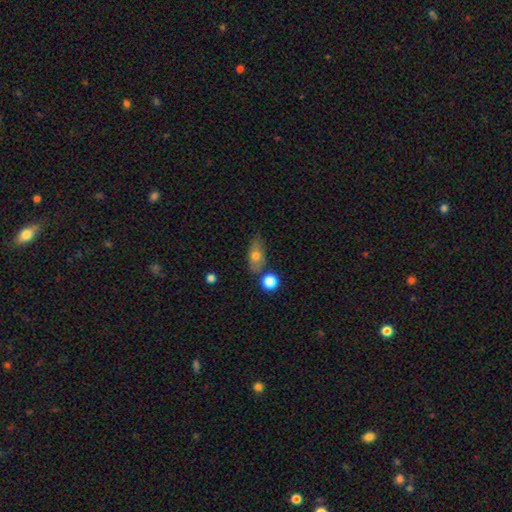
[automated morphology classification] smooth 71%, featured or disk 21%, star or artifact 8%. Down the decision tree: how rounded — in between (80%); merging — none (66%).